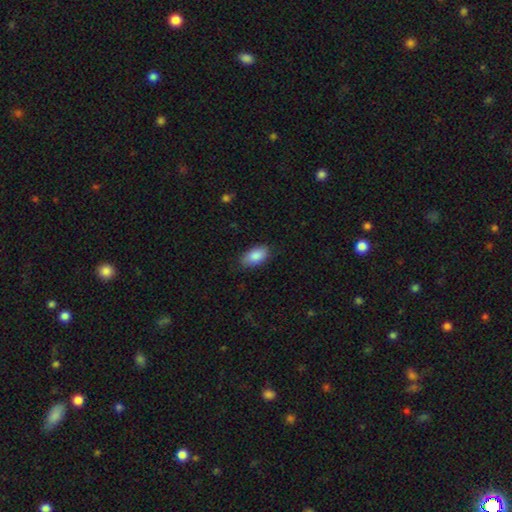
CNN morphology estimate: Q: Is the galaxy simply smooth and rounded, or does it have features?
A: smooth — 88%.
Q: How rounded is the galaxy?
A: in between — 93%.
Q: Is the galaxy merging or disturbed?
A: none — 83%.